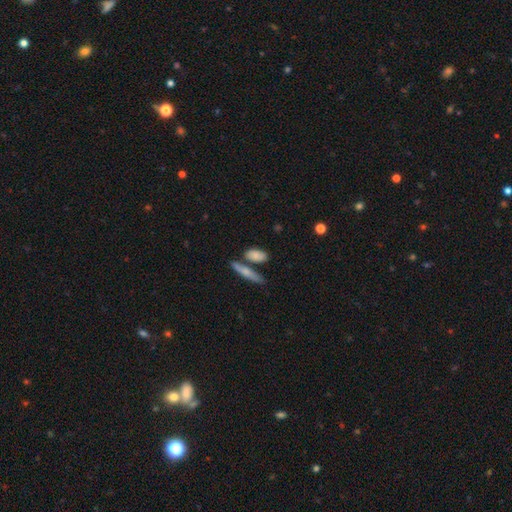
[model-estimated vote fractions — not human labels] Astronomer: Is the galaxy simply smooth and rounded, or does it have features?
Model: smooth — 79%.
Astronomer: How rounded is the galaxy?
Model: in between — 73%.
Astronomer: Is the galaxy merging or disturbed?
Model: none — 60%.